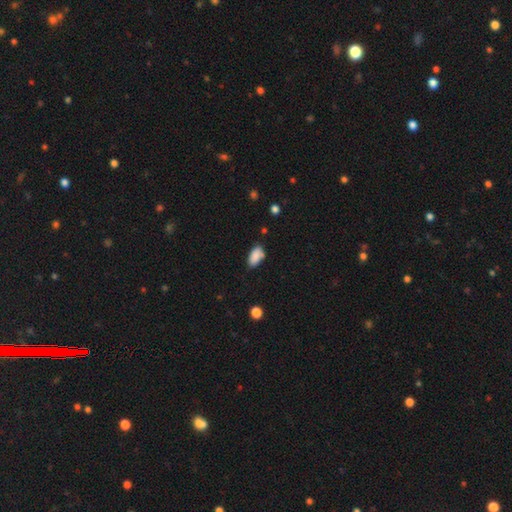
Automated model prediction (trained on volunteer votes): Smooth or featured? smooth (87%)
How rounded? in between (93%)
Merging? none (69%)